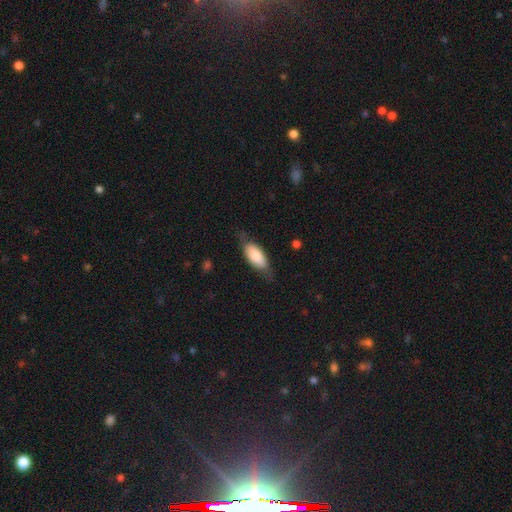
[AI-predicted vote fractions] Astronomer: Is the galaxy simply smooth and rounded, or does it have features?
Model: smooth — 76%.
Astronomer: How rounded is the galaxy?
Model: in between — 81%.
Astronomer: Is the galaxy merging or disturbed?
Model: none — 64%.